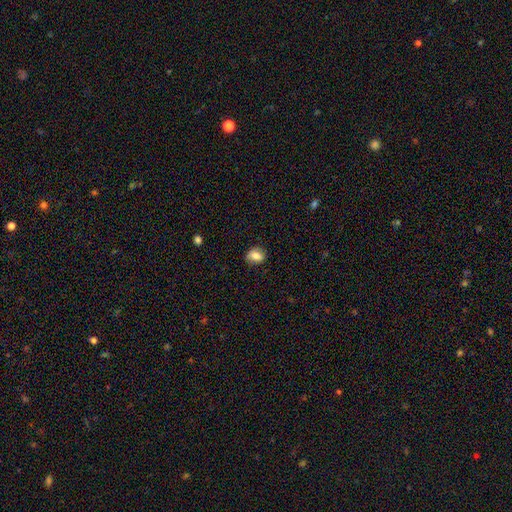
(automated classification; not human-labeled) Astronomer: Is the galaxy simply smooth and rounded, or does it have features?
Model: smooth — 78%.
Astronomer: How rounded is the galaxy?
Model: in between — 62% (runner-up: round, 37%).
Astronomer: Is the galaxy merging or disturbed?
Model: none — 83%.